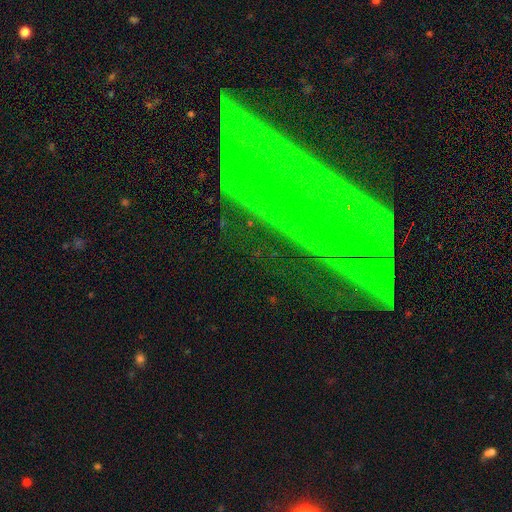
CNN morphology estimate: This appears to be a featured or disk galaxy (42%). Merging: none (67%).